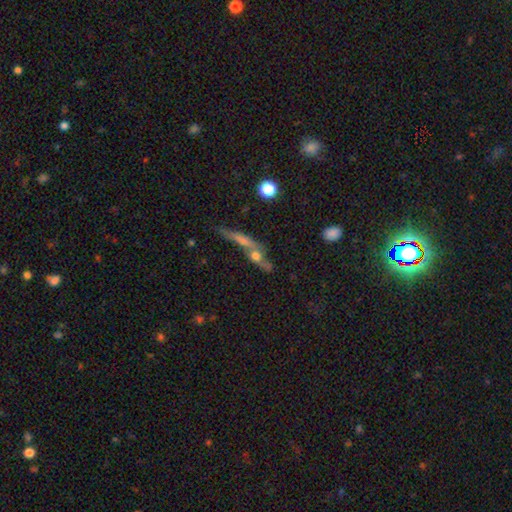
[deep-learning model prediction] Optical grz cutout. It shows a featured or disk galaxy (42%, tied with smooth). Merging: none (41%).